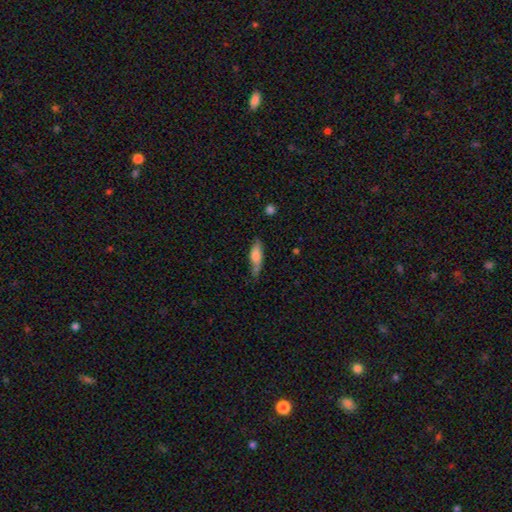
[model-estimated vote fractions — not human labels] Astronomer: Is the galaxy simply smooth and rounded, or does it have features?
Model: smooth — 70%.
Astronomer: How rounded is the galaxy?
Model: in between — 50% (runner-up: cigar-shaped, 48%).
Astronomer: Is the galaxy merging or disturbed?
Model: none — 57%.